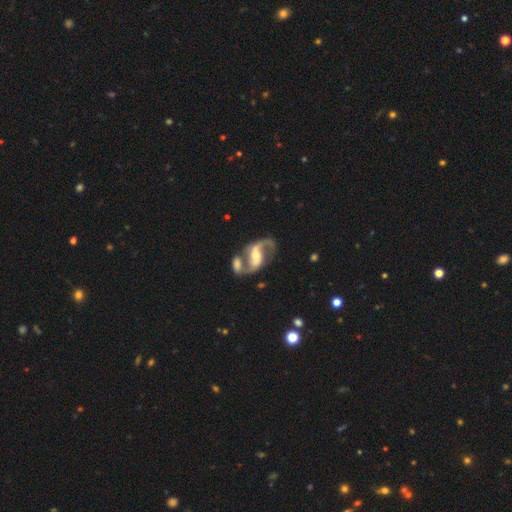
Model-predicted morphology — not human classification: A featured or disk galaxy (88%) with a weak bar (38%), 2 (91%) loose (51%) spiral arms (96%) and a moderate central bulge (55%). Merging: none (43%).